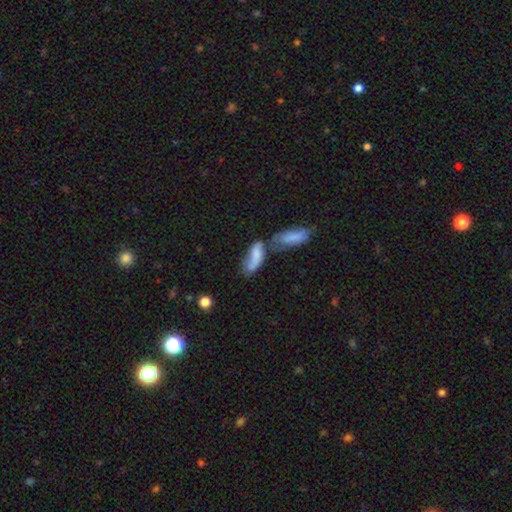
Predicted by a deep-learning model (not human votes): smooth 65%, featured or disk 26%, star or artifact 9%. Down the decision tree: how rounded — in between (73%); merging — merger (49%).